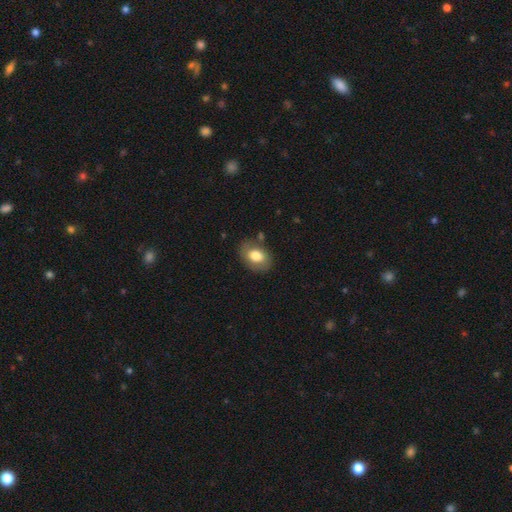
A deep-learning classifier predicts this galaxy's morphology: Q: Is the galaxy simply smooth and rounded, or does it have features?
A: smooth — 75%.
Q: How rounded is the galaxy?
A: in between — 77%.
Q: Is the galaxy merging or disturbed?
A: none — 77%.